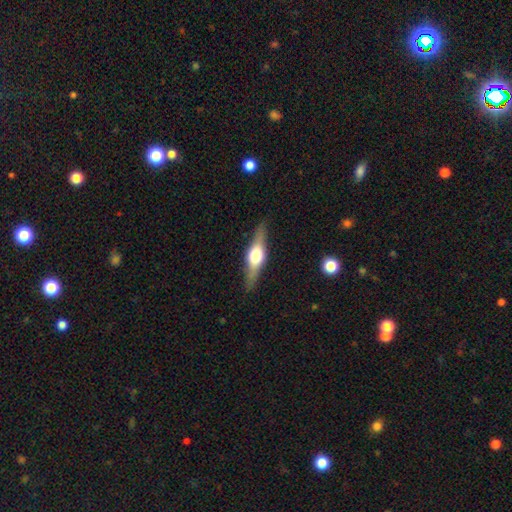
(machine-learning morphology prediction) Overall: featured or disk (67%; smooth 28%). Edge-on disk: yes (95%). Edge-on bulge: rounded (94%). Merging: none (88%).